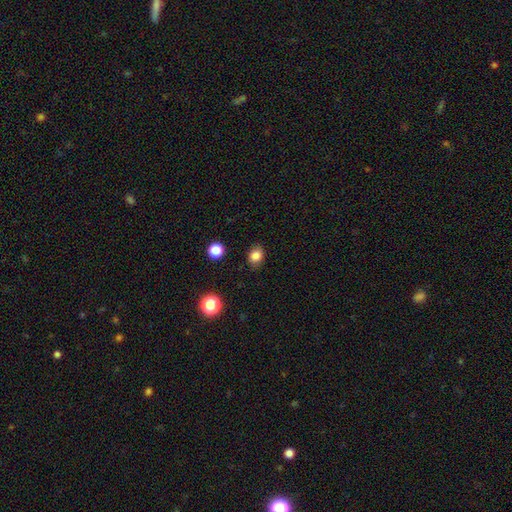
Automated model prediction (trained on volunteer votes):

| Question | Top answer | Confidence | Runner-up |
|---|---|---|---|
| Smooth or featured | smooth | 83% | star or artifact (12%) |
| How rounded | round | 51% | in between (48%) |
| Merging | none | 84% | minor disturbance (11%) |